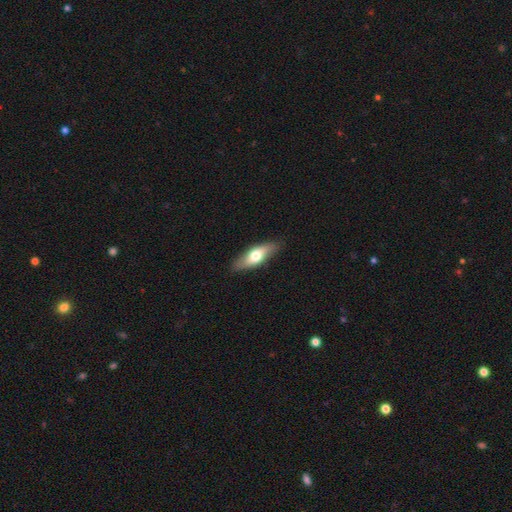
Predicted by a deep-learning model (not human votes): Q: Smooth or featured?
A: smooth (59%); runner-up: featured or disk (35%)
Q: How rounded?
A: in between (60%); runner-up: cigar-shaped (37%)
Q: Merging?
A: none (86%); runner-up: minor disturbance (11%)